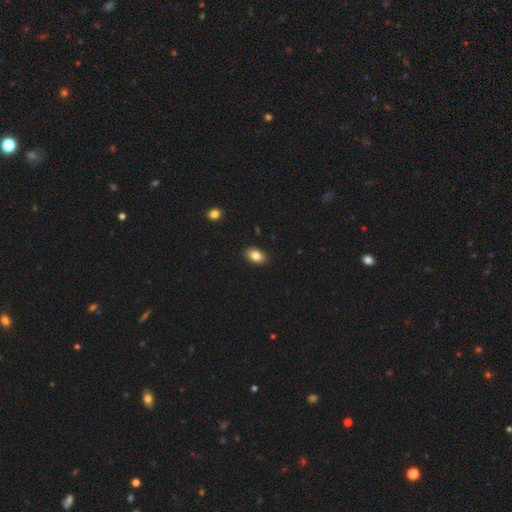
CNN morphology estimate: Q: Smooth or featured?
A: smooth (83%); runner-up: featured or disk (8%)
Q: How rounded?
A: in between (90%); runner-up: round (9%)
Q: Merging?
A: none (90%); runner-up: minor disturbance (8%)